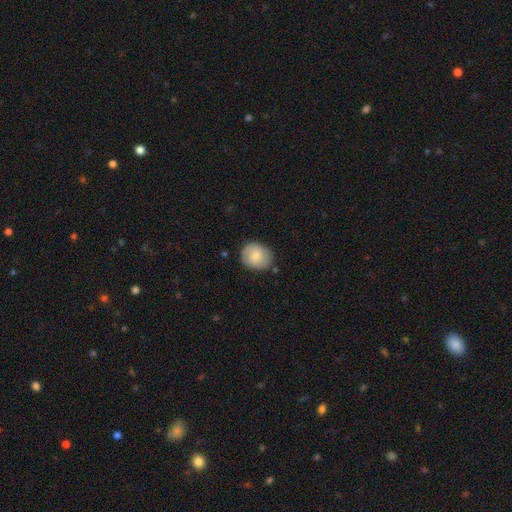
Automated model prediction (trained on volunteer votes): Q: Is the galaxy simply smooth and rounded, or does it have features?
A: smooth — 76%.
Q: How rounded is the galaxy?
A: round — 72%.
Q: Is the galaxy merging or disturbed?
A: none — 80%.